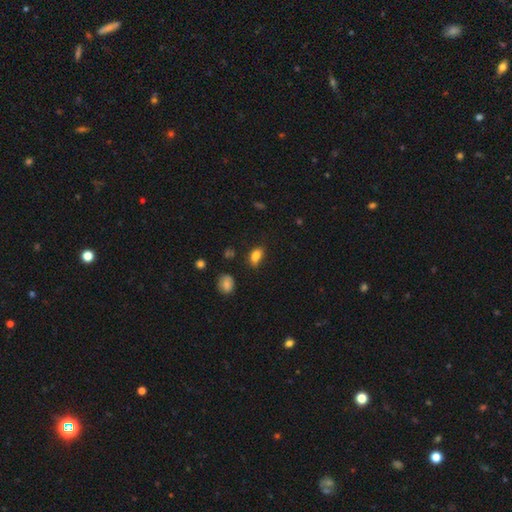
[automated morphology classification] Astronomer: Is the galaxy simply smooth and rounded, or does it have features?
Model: smooth — 84%.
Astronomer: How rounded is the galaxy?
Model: in between — 86%.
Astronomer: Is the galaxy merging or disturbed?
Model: none — 72%.